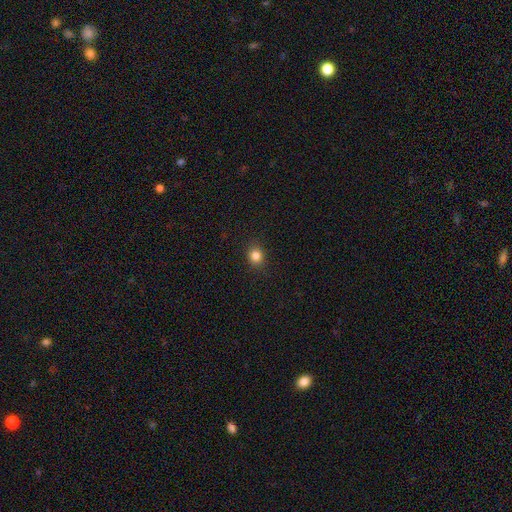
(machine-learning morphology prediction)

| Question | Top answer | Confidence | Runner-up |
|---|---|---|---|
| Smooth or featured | smooth | 83% | star or artifact (12%) |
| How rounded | round | 76% | in between (23%) |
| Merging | none | 90% | minor disturbance (7%) |